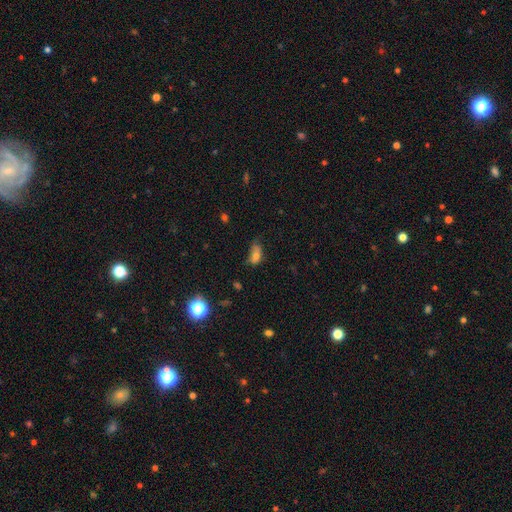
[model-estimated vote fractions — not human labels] The model was most divided on "merging": minor disturbance: 36%, none: 32%, major disturbance: 26%, merger: 6%. More confident: how rounded — in between (84%); smooth or featured — smooth (67%).